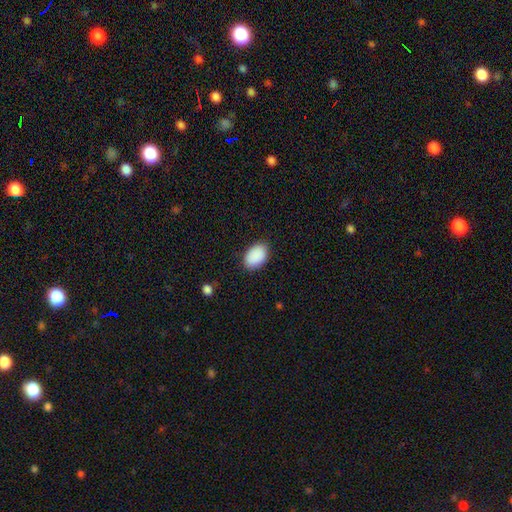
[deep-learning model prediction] The model was most divided on "merging": none: 86%, minor disturbance: 10%, major disturbance: 2%, merger: 1%. More confident: smooth or featured — smooth (91%); how rounded — in between (90%).